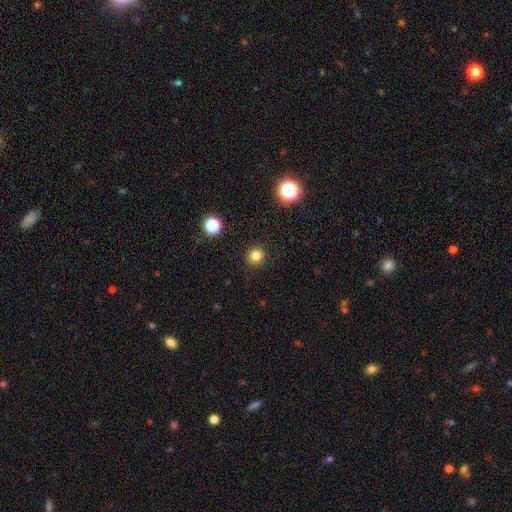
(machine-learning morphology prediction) A smooth galaxy with no disk features (81%) that is round (86%).

Vote fractions:
- Smooth or featured? smooth: 81% / star or artifact: 14% / featured or disk: 5%
- How rounded? round: 86% / in between: 13% / cigar-shaped: 1%
- Merging? none: 91% / minor disturbance: 6% / major disturbance: 2% / merger: 1%